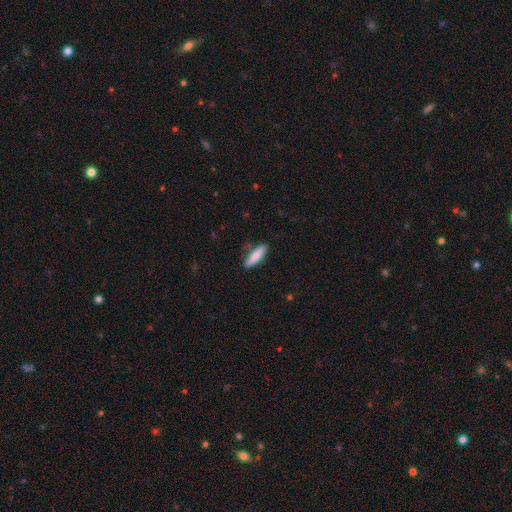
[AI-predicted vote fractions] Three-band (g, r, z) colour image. It shows a smooth galaxy with no disk features (85%) that is cigar-shaped (68%). Merging: none (81%).